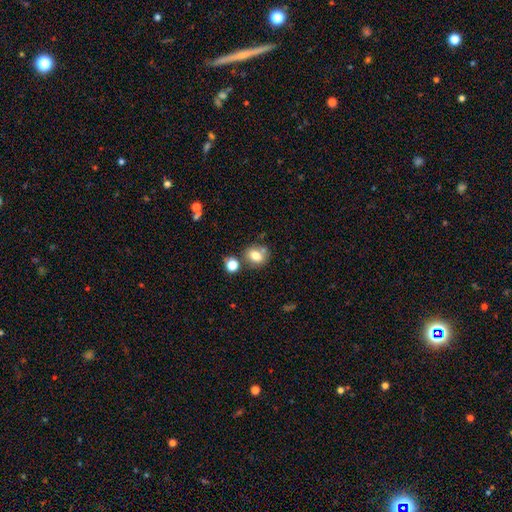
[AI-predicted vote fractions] smooth_or_featured: smooth (p=0.76) [alt: featured or disk p=0.12]
how_rounded: round (p=0.50) [alt: in between p=0.49]
merging: none (p=0.64) [alt: merger p=0.18]